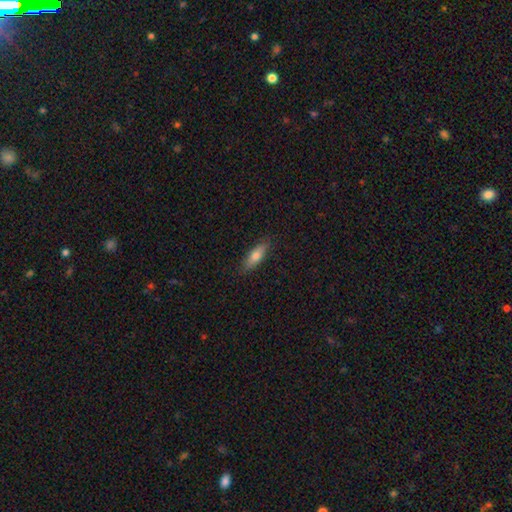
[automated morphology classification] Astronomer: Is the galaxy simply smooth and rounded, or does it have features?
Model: smooth — 70%.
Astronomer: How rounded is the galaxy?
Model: in between — 54% (runner-up: cigar-shaped, 44%).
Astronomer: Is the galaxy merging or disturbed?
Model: none — 87%.